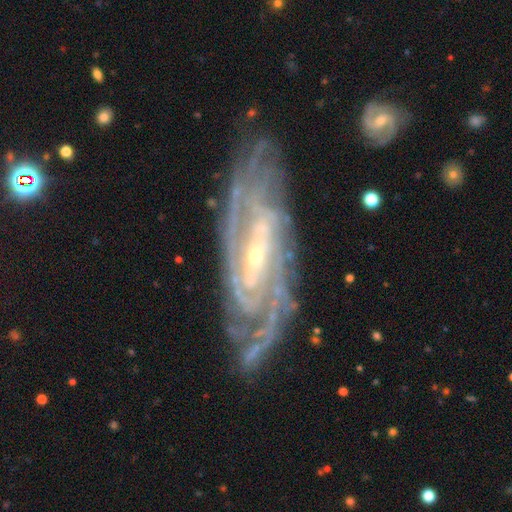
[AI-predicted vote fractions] Smooth or featured? Predicted: featured or disk (p=0.91). Edge-on disk? Predicted: no (p=0.91). Bar? Predicted: strong (p=0.42). Spiral arms? Predicted: yes (p=0.98). Spiral winding? Predicted: tight (p=0.69). Spiral arm count? Predicted: can't tell (p=0.24). Bulge size? Predicted: small (p=0.78). Merging? Predicted: none (p=0.77).